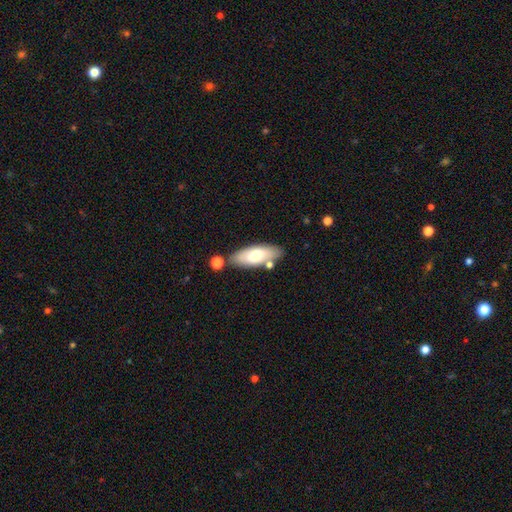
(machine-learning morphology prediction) The model was most divided on "smooth or featured": smooth: 67%, featured or disk: 27%, star or artifact: 6%. More confident: merging — none (75%); how rounded — in between (73%).